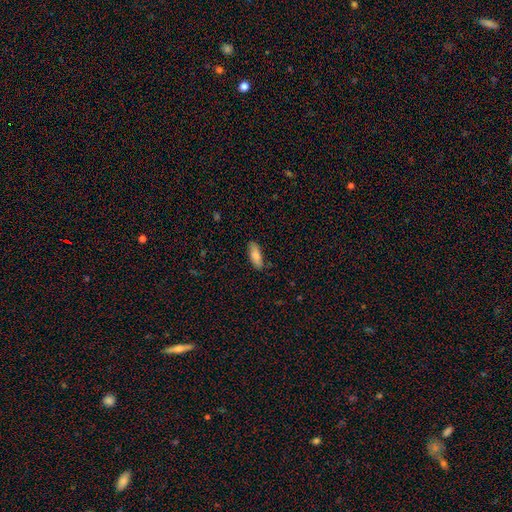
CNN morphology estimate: This appears to be a smooth galaxy with no disk features (83%) that is in between round and cigar-shaped (70%). Merging: none (81%).